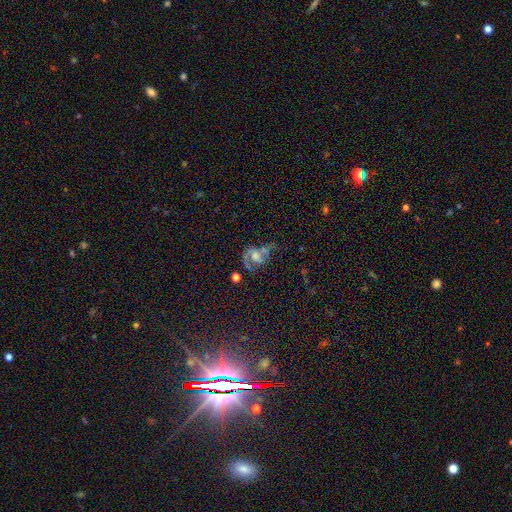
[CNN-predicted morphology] A featured or disk galaxy (53%). Merging: major disturbance (32%).